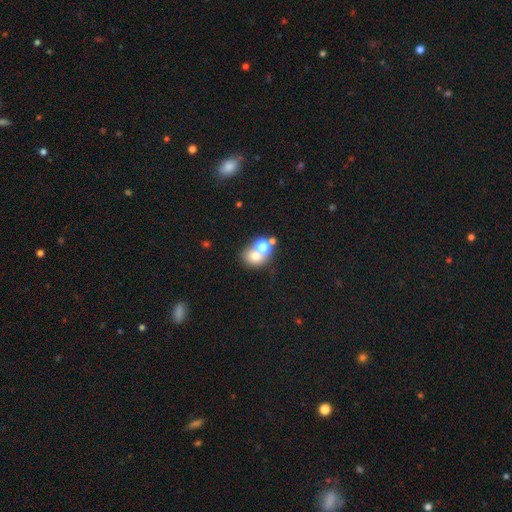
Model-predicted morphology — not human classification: Smooth or featured: smooth — 67% (star or artifact — 17%)
How rounded: round — 65% (in between — 34%)
Merging: merger — 48% (none — 39%)